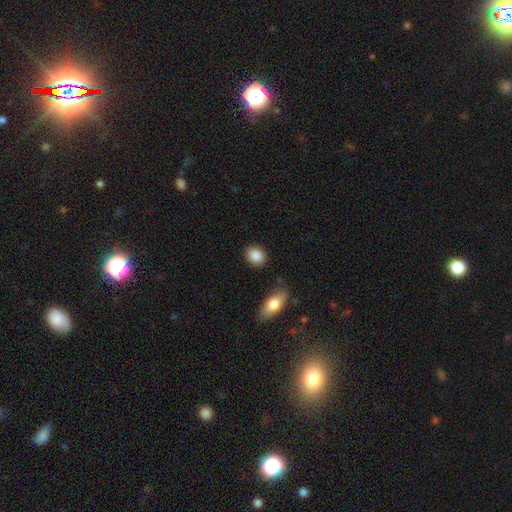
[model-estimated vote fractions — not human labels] Smooth or featured?
  - smooth: 88% *
  - star or artifact: 7%
  - featured or disk: 5%
How rounded?
  - round: 49% * (tied)
  - in between: 49% * (tied)
  - cigar-shaped: 2%
Merging?
  - none: 85% *
  - minor disturbance: 9%
  - merger: 3%
  - major disturbance: 3%